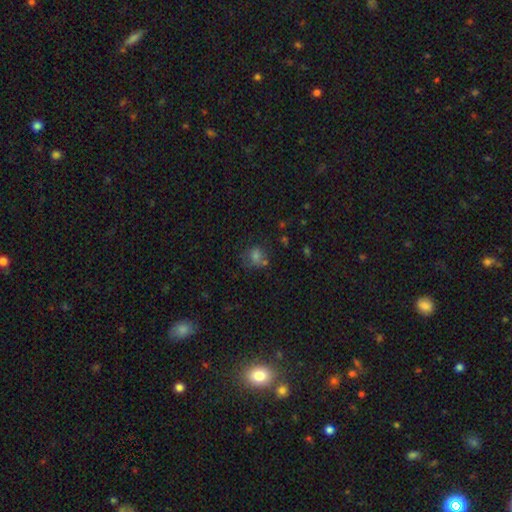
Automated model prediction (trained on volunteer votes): The model was most divided on "merging": none: 56%, minor disturbance: 18%, merger: 17%, major disturbance: 9%. More confident: how rounded — round (73%); smooth or featured — smooth (63%).